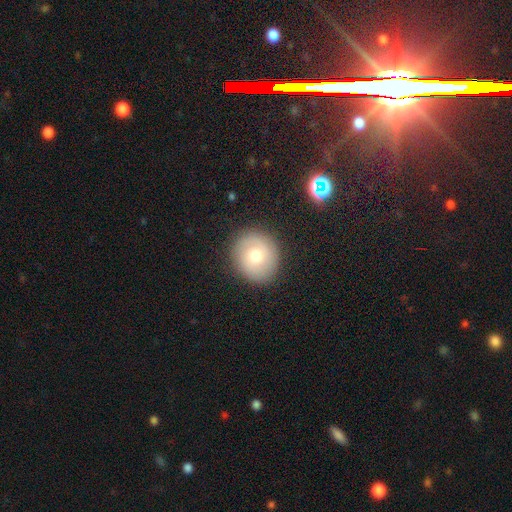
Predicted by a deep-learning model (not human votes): Smooth or featured? smooth (65%)
How rounded? round (82%)
Merging? none (87%)